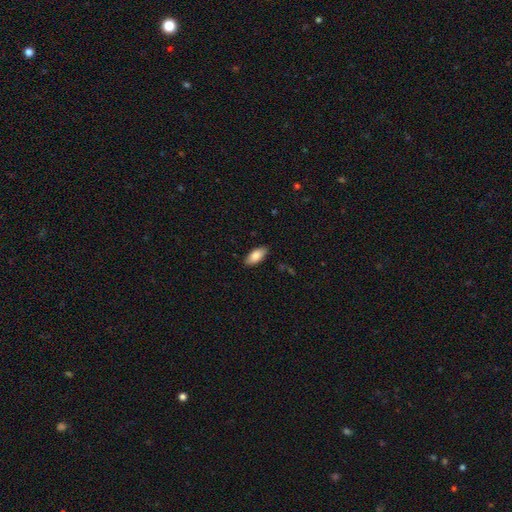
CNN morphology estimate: Smooth or featured?
  - smooth: 85% *
  - featured or disk: 8%
  - star or artifact: 6%
How rounded?
  - in between: 90% *
  - cigar-shaped: 8%
  - round: 2%
Merging?
  - none: 87% *
  - minor disturbance: 10%
  - major disturbance: 2%
  - merger: 1%